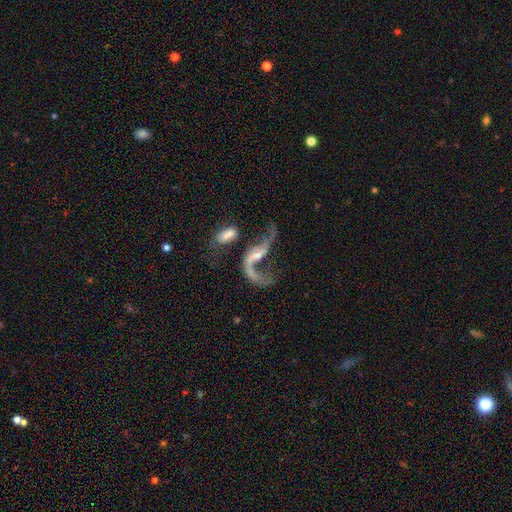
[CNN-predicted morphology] This is clearly a featured or disk galaxy (81%). It is clearly not viewed edge-on (95%). Bar: possibly no (45%). Spiral arm pattern: clearly yes (84%). Spiral arm count: likely 2 (73%). Spiral winding: clearly loose (90%). Central bulge: possibly small (49%). Merging: marginally merger (34%).